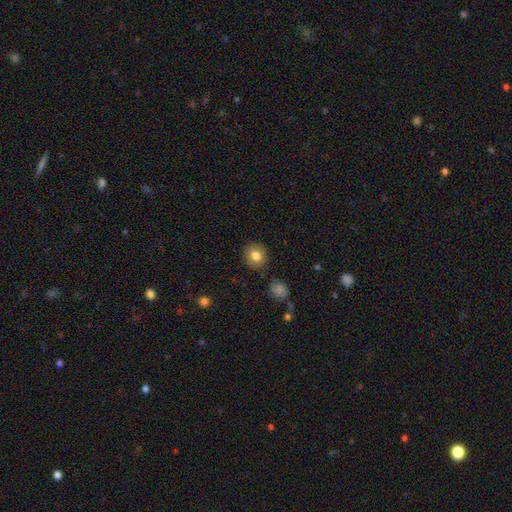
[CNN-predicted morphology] Smooth or featured?
  - smooth: 80% *
  - featured or disk: 10%
  - star or artifact: 9%
How rounded?
  - round: 80% *
  - in between: 19%
  - cigar-shaped: 1%
Merging?
  - none: 87% *
  - minor disturbance: 9%
  - major disturbance: 2%
  - merger: 2%